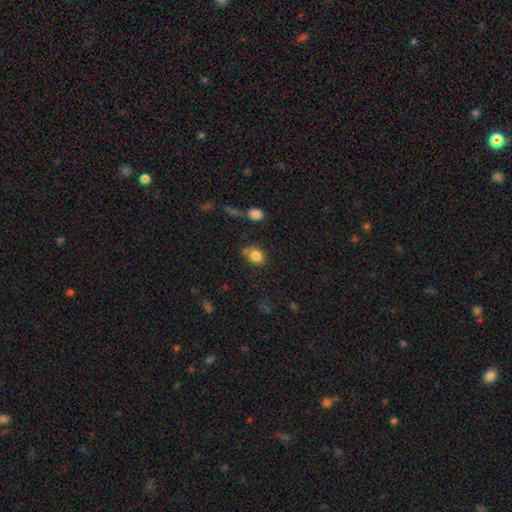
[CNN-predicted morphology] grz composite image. It shows a smooth galaxy with no disk features (82%) that is round (59%). Merging: none (63%).